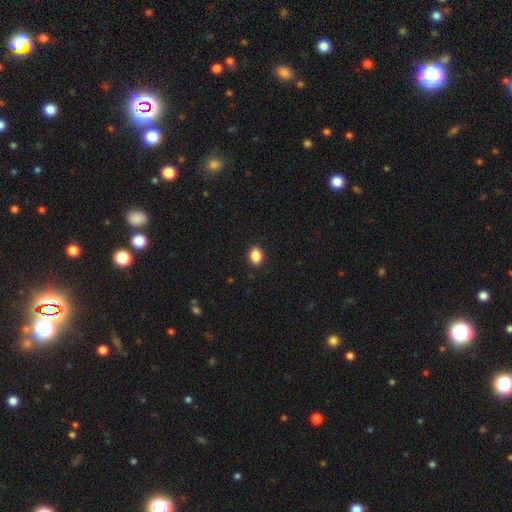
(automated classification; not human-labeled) Morphology: type=smooth (88%); roundness=in between (70%); merging=none (90%).